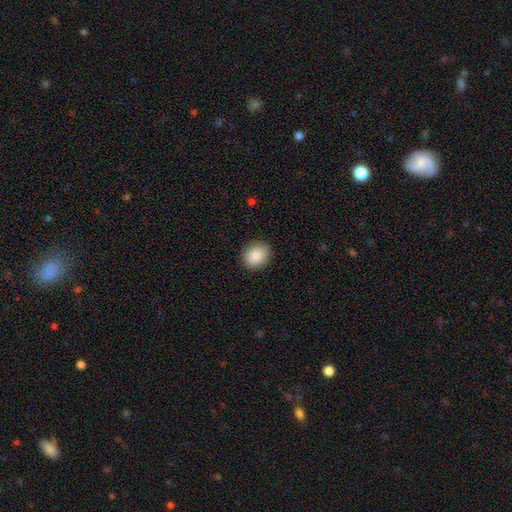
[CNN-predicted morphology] This is clearly a smooth galaxy (87%). How rounded: likely round (68%). Merging: clearly none (88%).